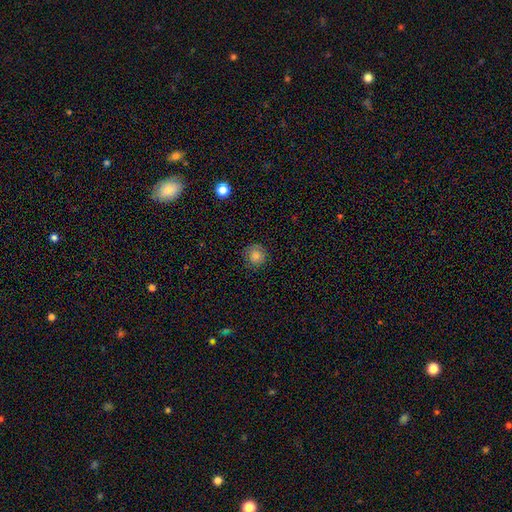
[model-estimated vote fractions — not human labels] Morphology: type=smooth (80%); roundness=round (92%); merging=none (86%).